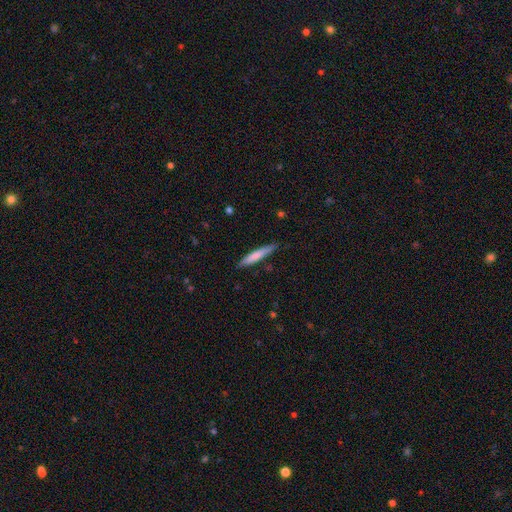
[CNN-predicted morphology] Smooth or featured?
  - smooth: 72% *
  - featured or disk: 23%
  - star or artifact: 5%
How rounded?
  - cigar-shaped: 93% *
  - in between: 6%
  - round: 1%
Merging?
  - none: 84% *
  - minor disturbance: 12%
  - major disturbance: 2%
  - merger: 1%